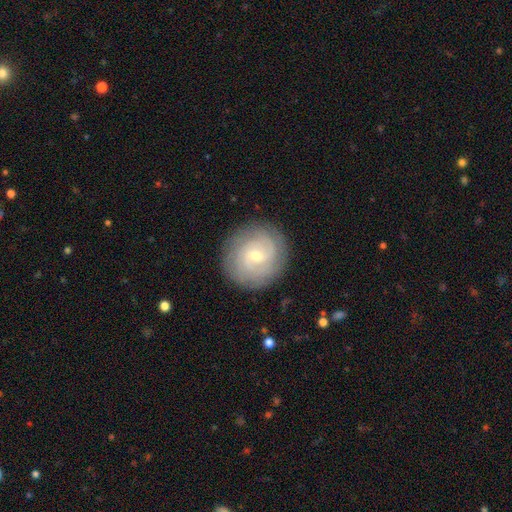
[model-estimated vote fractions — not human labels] smooth_or_featured: featured or disk (p=0.73) [alt: smooth p=0.19]
disk_edge_on: no (p=0.97) [alt: yes p=0.03]
bar: no (p=0.50) [alt: weak p=0.42]
has_spiral_arms: yes (p=0.92) [alt: no p=0.08]
spiral_winding: tight (p=0.67) [alt: medium p=0.26]
spiral_arm_count: can't tell (p=0.33) [alt: 2 p=0.30]
bulge_size: small (p=0.65) [alt: moderate p=0.32]
merging: none (p=0.87) [alt: minor disturbance p=0.09]